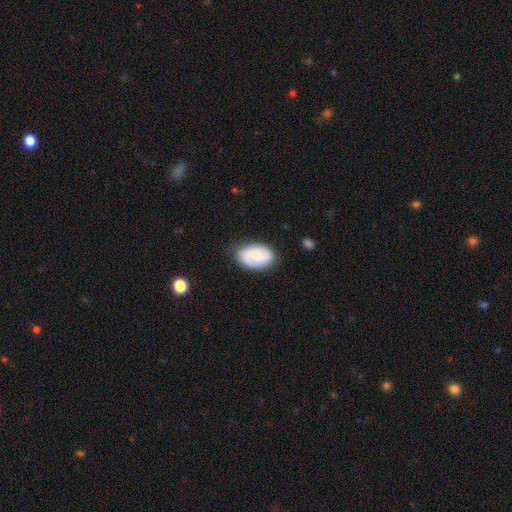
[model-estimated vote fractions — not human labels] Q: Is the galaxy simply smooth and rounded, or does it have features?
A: featured or disk — 52%.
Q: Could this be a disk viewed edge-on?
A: no — 97%.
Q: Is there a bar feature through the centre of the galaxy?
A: no — 53%.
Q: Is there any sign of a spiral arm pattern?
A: yes — 90%.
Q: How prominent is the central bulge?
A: small — 41%.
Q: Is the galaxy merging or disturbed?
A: none — 82%.